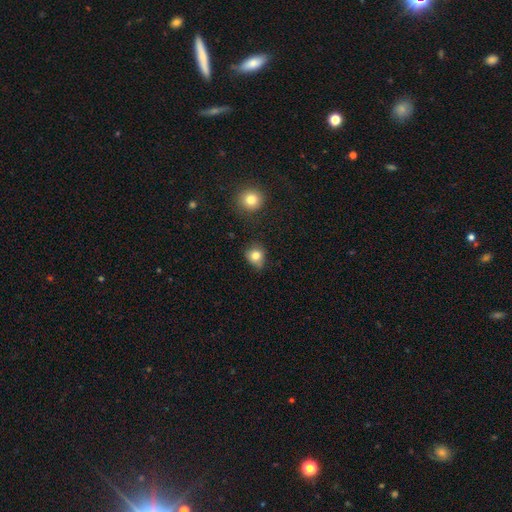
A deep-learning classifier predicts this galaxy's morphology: smooth_or_featured: smooth (p=0.80) [alt: star or artifact p=0.12]
how_rounded: round (p=0.71) [alt: in between p=0.28]
merging: none (p=0.65) [alt: minor disturbance p=0.26]